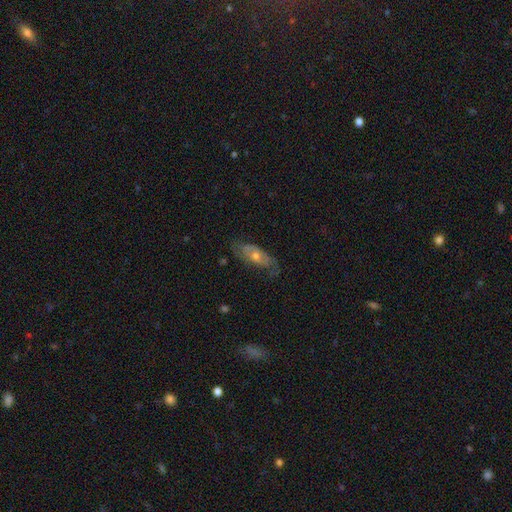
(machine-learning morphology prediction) Overall: featured or disk (59%; smooth 33%). Edge-on disk: no (79%). Merging: none (66%).